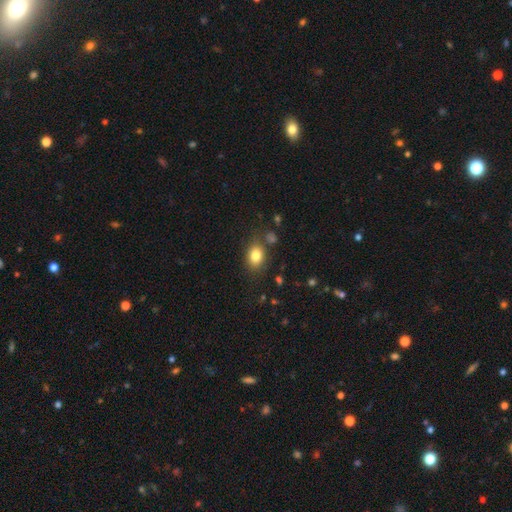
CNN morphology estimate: This is clearly a smooth galaxy (82%). How rounded: likely in between (66%). Merging: likely none (78%).